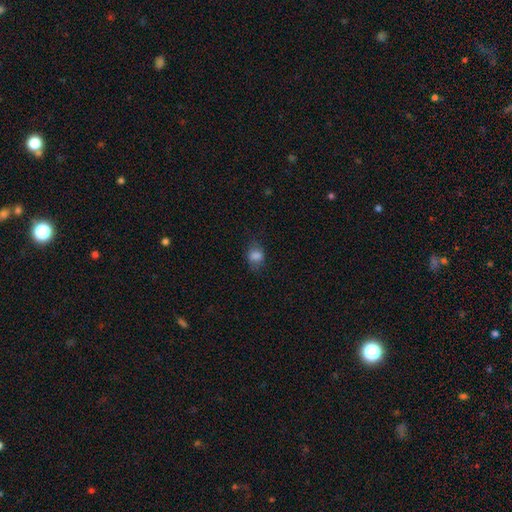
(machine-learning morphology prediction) type=smooth (80%); roundness=in between (61%); merging=none (68%).